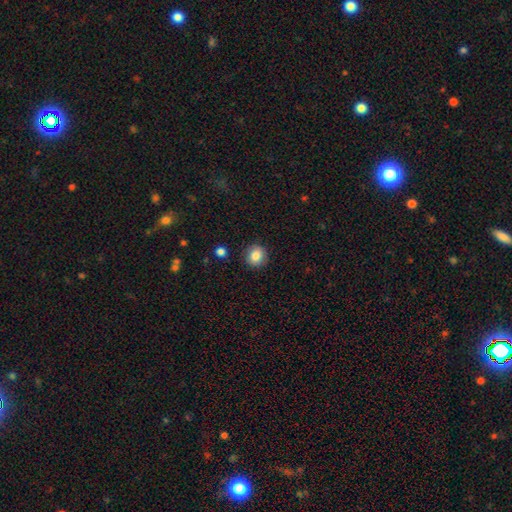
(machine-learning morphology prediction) A smooth galaxy with no disk features (85%) that is round (86%). Merging: none (89%).